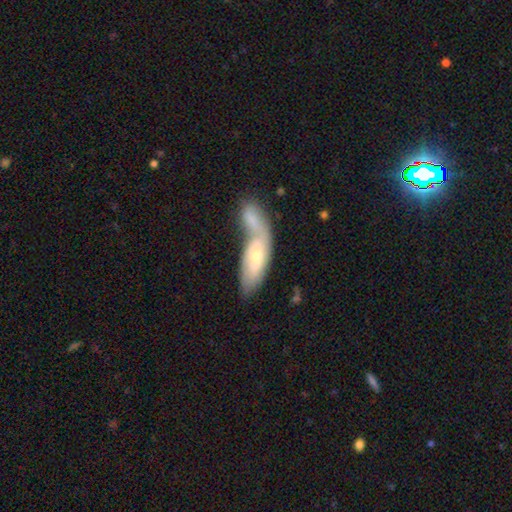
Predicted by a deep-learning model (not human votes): Morphology: type=smooth (59%); roundness=in between (72%); merging=merger (65%).